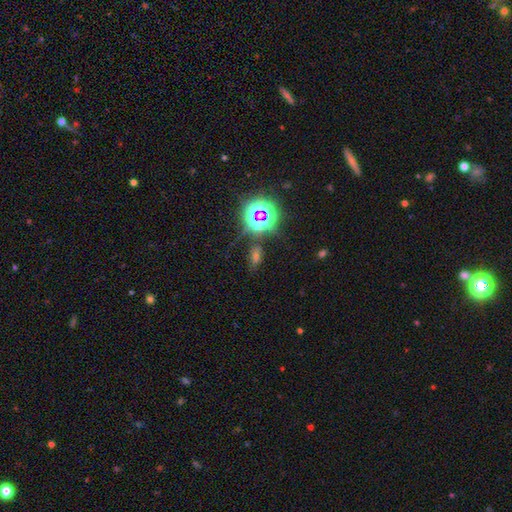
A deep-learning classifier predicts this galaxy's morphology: This is possibly a star or artifact rather than a galaxy (56%).